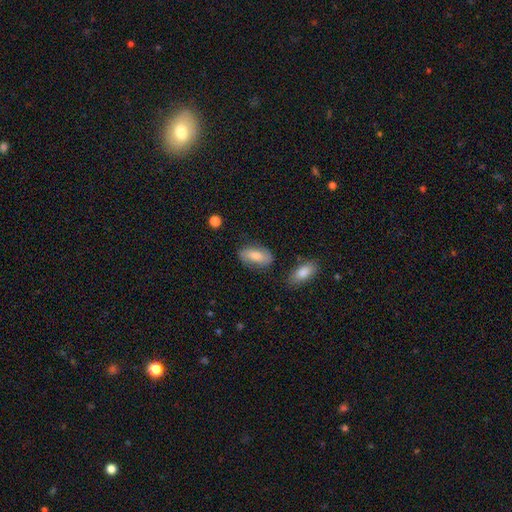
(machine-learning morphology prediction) Smooth or featured? smooth (69%)
How rounded? in between (90%)
Merging? none (76%)